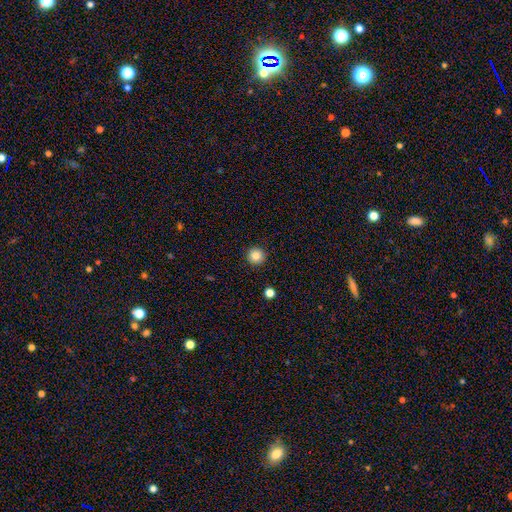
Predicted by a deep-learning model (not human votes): A smooth galaxy with no disk features (85%) that is round (96%).

Vote fractions:
- Smooth or featured? smooth: 85% / star or artifact: 10% / featured or disk: 4%
- How rounded? round: 96% / in between: 3% / cigar-shaped: 1%
- Merging? none: 93% / minor disturbance: 5% / major disturbance: 2% / merger: 1%